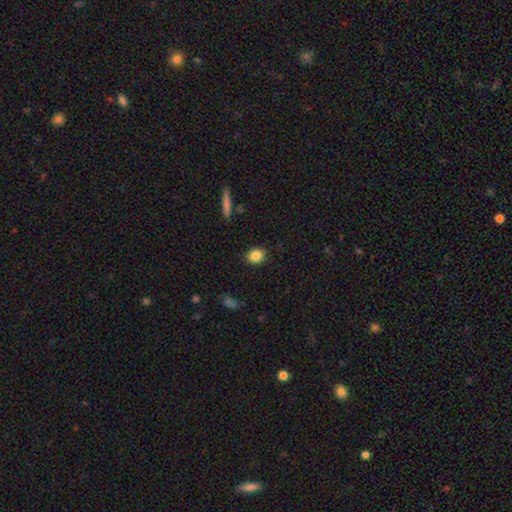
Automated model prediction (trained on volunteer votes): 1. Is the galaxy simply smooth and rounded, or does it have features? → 85% smooth, 9% star or artifact, 5% featured or disk.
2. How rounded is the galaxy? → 64% round, 34% in between, 2% cigar-shaped.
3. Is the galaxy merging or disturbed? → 88% none, 9% minor disturbance, 2% major disturbance, 1% merger.